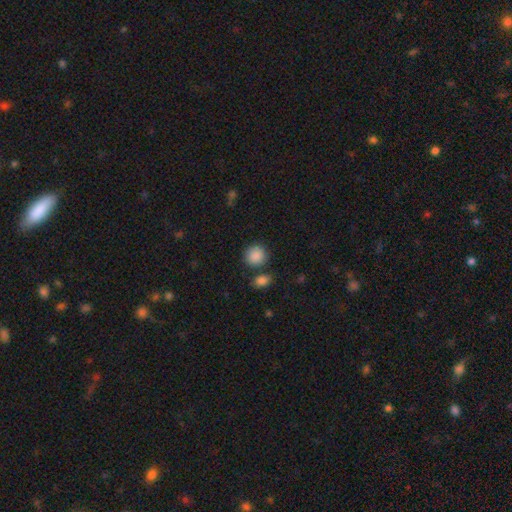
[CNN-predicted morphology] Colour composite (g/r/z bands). It shows a smooth galaxy with no disk features (88%) that is round (83%). Merging: none (77%).